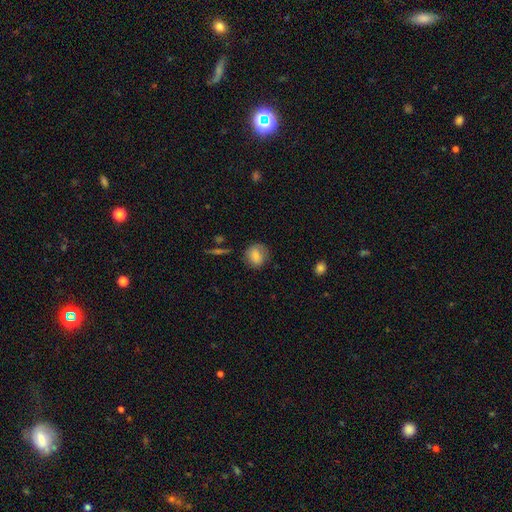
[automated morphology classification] Smooth or featured: smooth — 80% (featured or disk — 12%)
How rounded: round — 75% (in between — 23%)
Merging: none — 73% (minor disturbance — 19%)